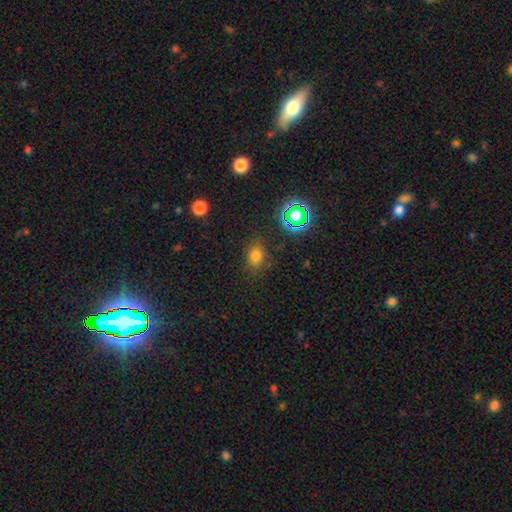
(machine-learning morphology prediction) A smooth galaxy with no disk features (71%) that is in between round and cigar-shaped (55%). Merging: none (81%).